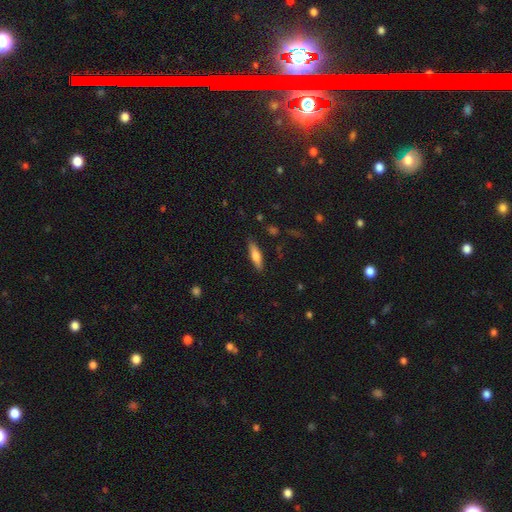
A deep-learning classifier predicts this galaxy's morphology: A smooth galaxy with no disk features (67%) that is cigar-shaped (66%).

Vote fractions:
- Smooth or featured? smooth: 67% / featured or disk: 27% / star or artifact: 6%
- How rounded? cigar-shaped: 66% / in between: 32% / round: 2%
- Merging? none: 86% / minor disturbance: 10% / major disturbance: 2% / merger: 1%